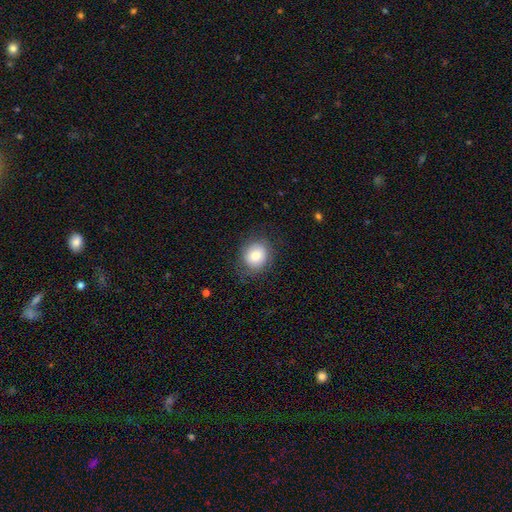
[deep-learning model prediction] Q: Smooth or featured?
A: smooth (80%); runner-up: featured or disk (11%)
Q: How rounded?
A: round (71%); runner-up: in between (28%)
Q: Merging?
A: none (80%); runner-up: minor disturbance (14%)